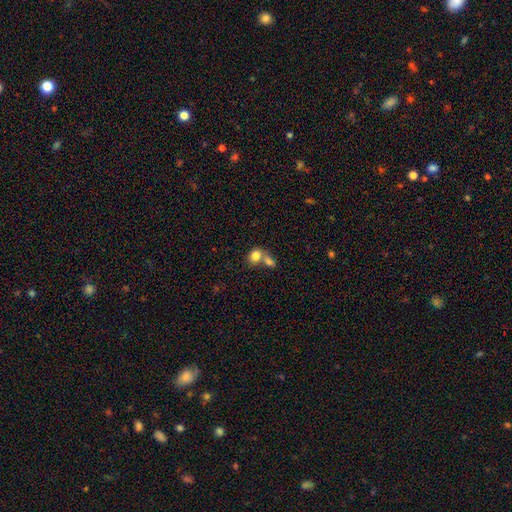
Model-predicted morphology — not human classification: smooth_or_featured: smooth (p=0.81) [alt: featured or disk p=0.10]
how_rounded: round (p=0.50) [alt: in between p=0.49]
merging: merger (p=0.56) [alt: none p=0.33]